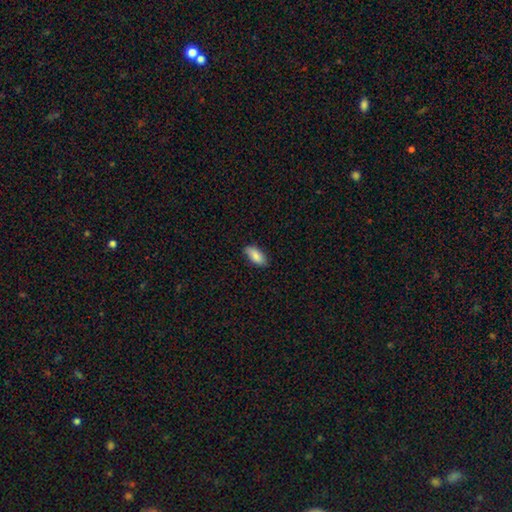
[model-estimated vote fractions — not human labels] Morphology: type=smooth (85%); roundness=in between (87%); merging=none (82%).